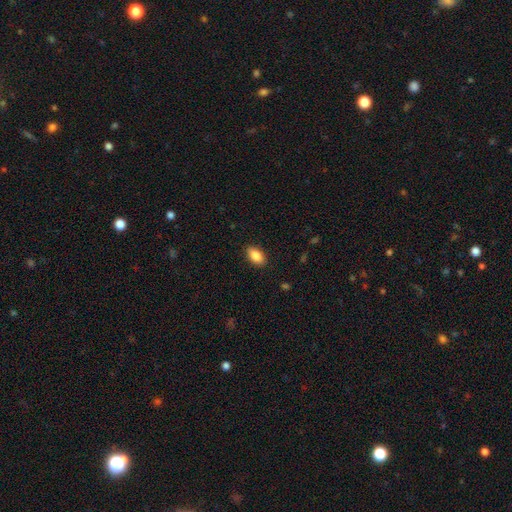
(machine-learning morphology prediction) Smooth or featured?
  - smooth: 87% *
  - star or artifact: 7%
  - featured or disk: 6%
How rounded?
  - in between: 91% *
  - round: 6%
  - cigar-shaped: 3%
Merging?
  - none: 88% *
  - minor disturbance: 8%
  - major disturbance: 2%
  - merger: 1%